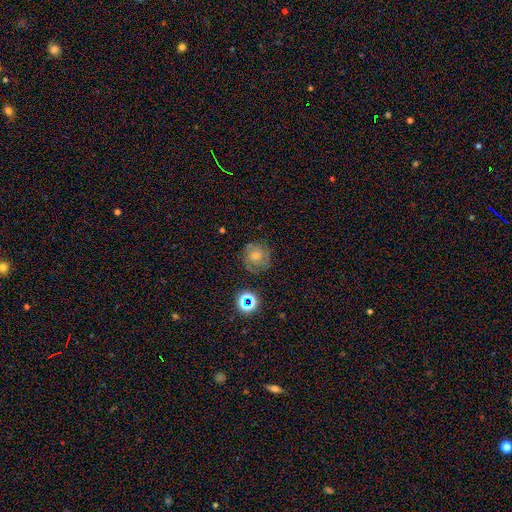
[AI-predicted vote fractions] Smooth or featured? Predicted: featured or disk (p=0.44). Merging? Predicted: none (p=0.76).